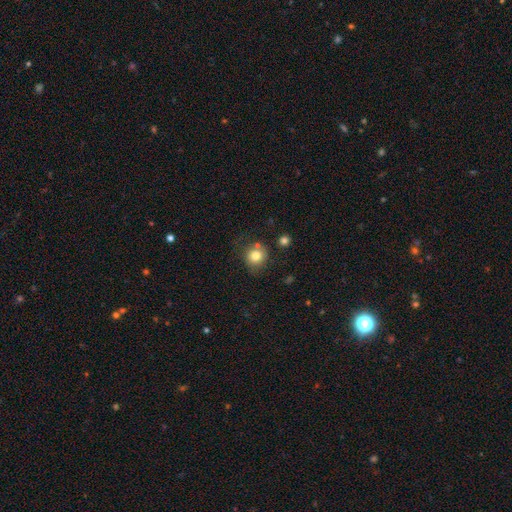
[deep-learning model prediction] Smooth or featured? smooth (80%)
How rounded? round (84%)
Merging? none (69%)